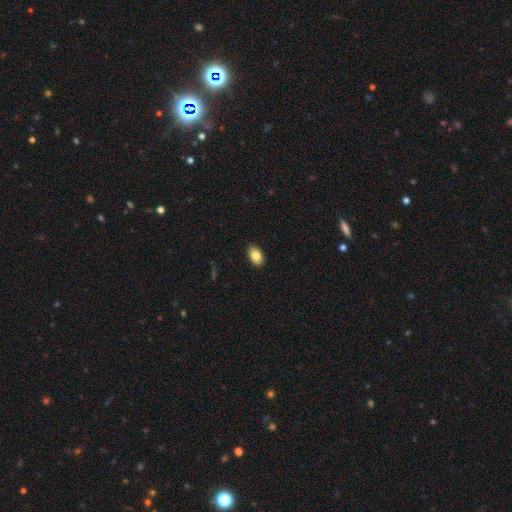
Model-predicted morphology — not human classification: Smooth or featured?
  - smooth: 85% *
  - star or artifact: 8%
  - featured or disk: 7%
How rounded?
  - in between: 90% *
  - round: 8%
  - cigar-shaped: 1%
Merging?
  - none: 89% *
  - minor disturbance: 8%
  - major disturbance: 2%
  - merger: 1%